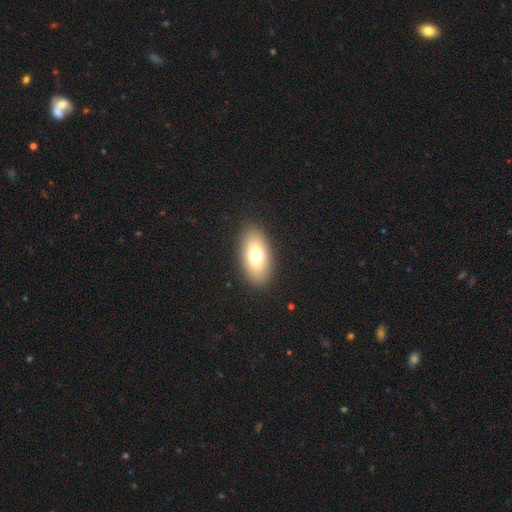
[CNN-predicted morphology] Smooth or featured: smooth — 74% (featured or disk — 17%)
How rounded: in between — 91% (cigar-shaped — 5%)
Merging: none — 89% (minor disturbance — 8%)